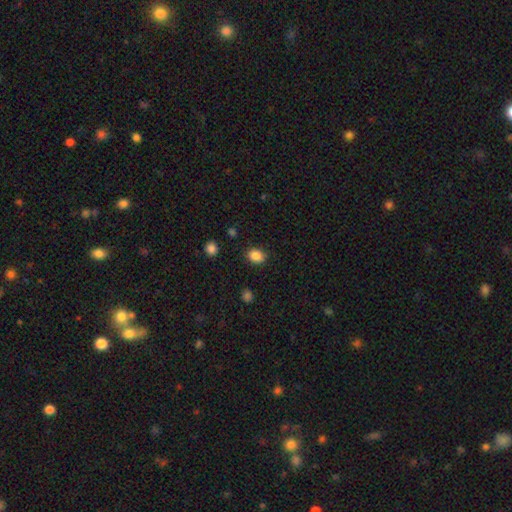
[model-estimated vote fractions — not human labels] smooth-or-featured: smooth: 87% | star or artifact: 10% | featured or disk: 4%
  how-rounded: in between: 61% | round: 38% | cigar-shaped: 1%
  merging: none: 87% | minor disturbance: 9% | major disturbance: 2% | merger: 2%